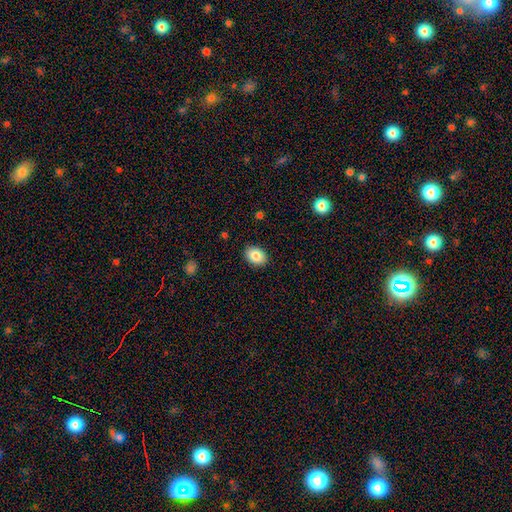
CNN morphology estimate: Q: Smooth or featured?
A: smooth (85%); runner-up: star or artifact (8%)
Q: How rounded?
A: in between (71%); runner-up: round (28%)
Q: Merging?
A: none (89%); runner-up: minor disturbance (8%)